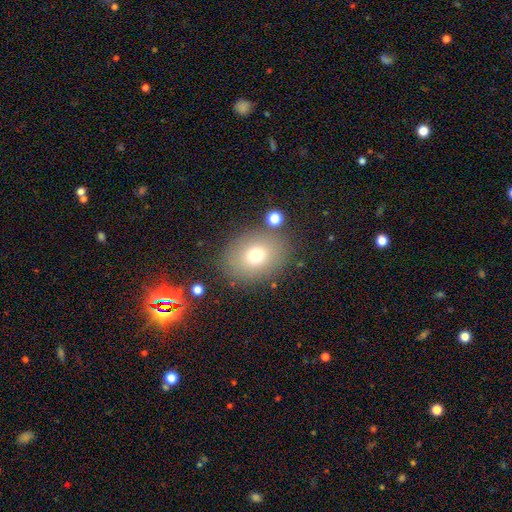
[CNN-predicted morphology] smooth_or_featured: smooth (p=0.72) [alt: featured or disk p=0.15]
how_rounded: in between (p=0.56) [alt: round p=0.43]
merging: none (p=0.79) [alt: minor disturbance p=0.11]